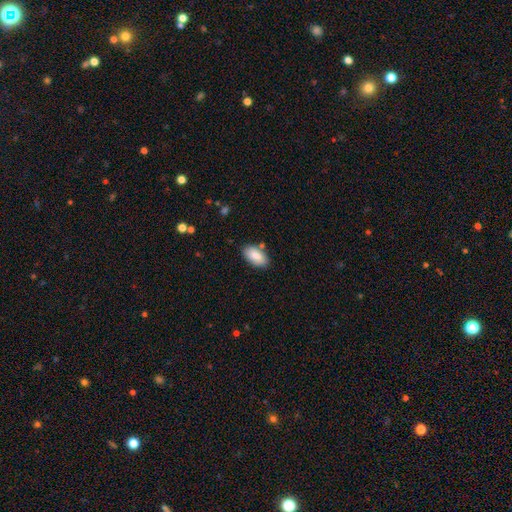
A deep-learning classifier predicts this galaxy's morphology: The model was most divided on "merging": none: 80%, minor disturbance: 13%, merger: 5%, major disturbance: 3%. More confident: how rounded — in between (94%); smooth or featured — smooth (83%).